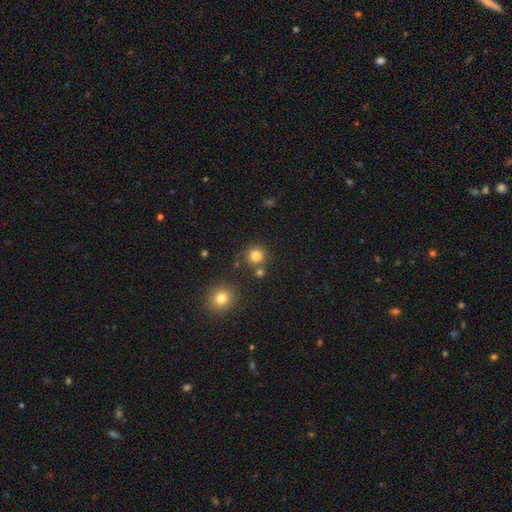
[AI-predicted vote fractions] This appears to be a smooth galaxy with no disk features (82%) that is round (93%). Merging: none (79%).